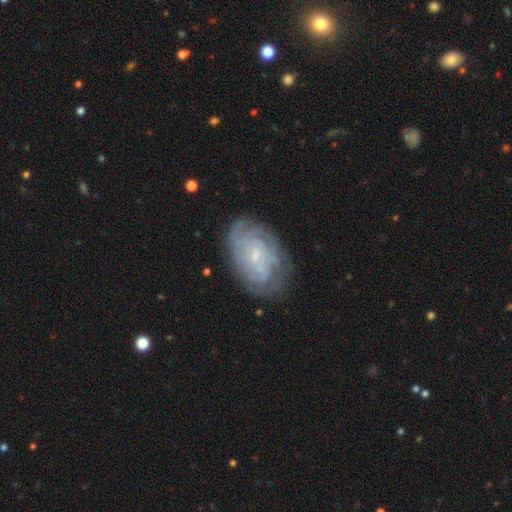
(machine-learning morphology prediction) This is likely a featured or disk galaxy (72%). It is clearly not viewed edge-on (96%). Bar: likely no (66%). Spiral arm pattern: clearly yes (86%). Spiral arm count: possibly can't tell (55%). Spiral winding: likely tight (68%). Central bulge: likely small (76%). Merging: likely none (75%).